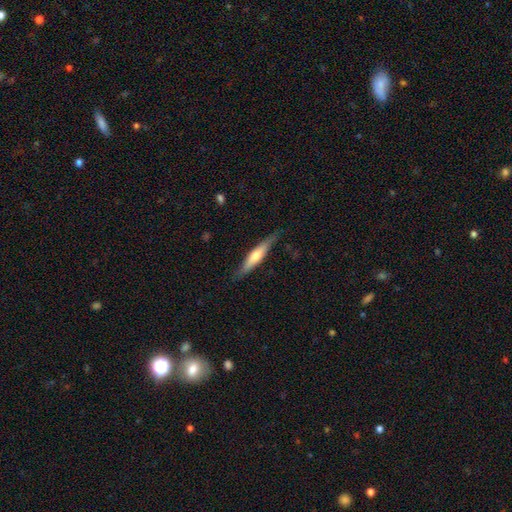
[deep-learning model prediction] smooth_or_featured: smooth (p=0.47) [tied with: featured or disk p=0.47]
merging: none (p=0.80) [alt: minor disturbance p=0.15]